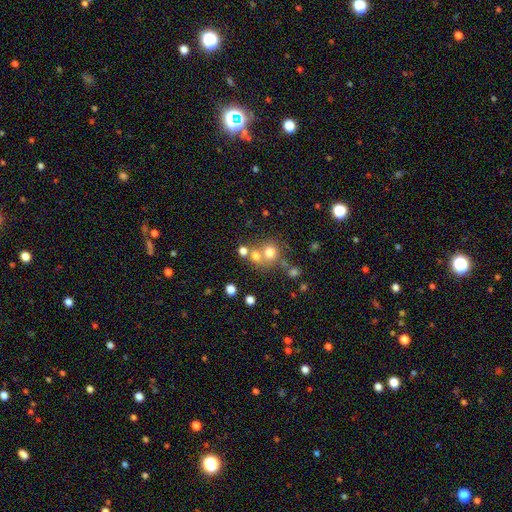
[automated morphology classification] smooth-or-featured: smooth: 68% | star or artifact: 17% | featured or disk: 15%
  how-rounded: round: 83% | in between: 16% | cigar-shaped: 1%
  merging: none: 48% | merger: 39% | minor disturbance: 8% | major disturbance: 5%